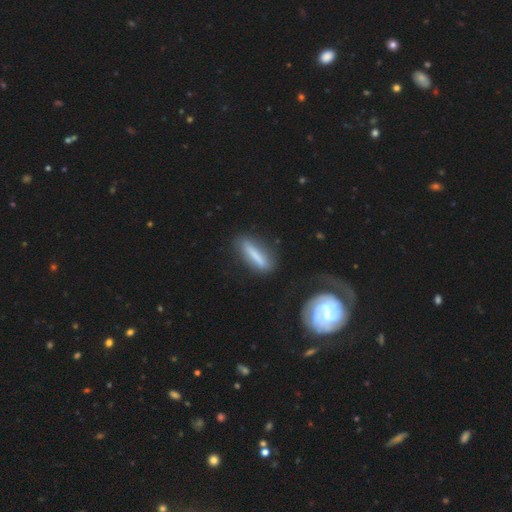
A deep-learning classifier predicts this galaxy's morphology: Smooth or featured? smooth (61%)
How rounded? cigar-shaped (81%)
Merging? none (74%)